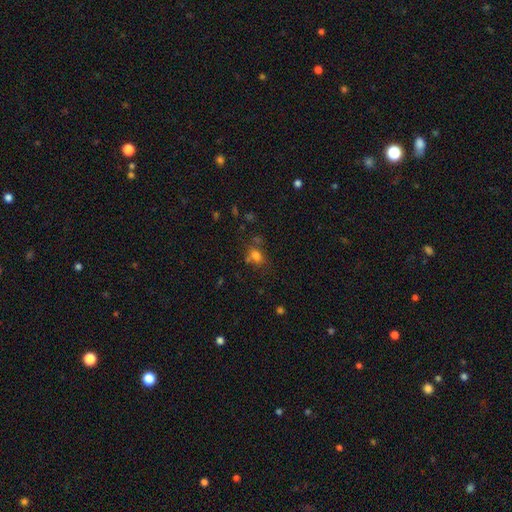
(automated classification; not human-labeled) A smooth galaxy with no disk features (74%) that is in between round and cigar-shaped (62%).

Vote fractions:
- Smooth or featured? smooth: 74% / star or artifact: 16% / featured or disk: 10%
- How rounded? in between: 62% / round: 37% / cigar-shaped: 2%
- Merging? none: 59% / minor disturbance: 18% / merger: 16% / major disturbance: 8%